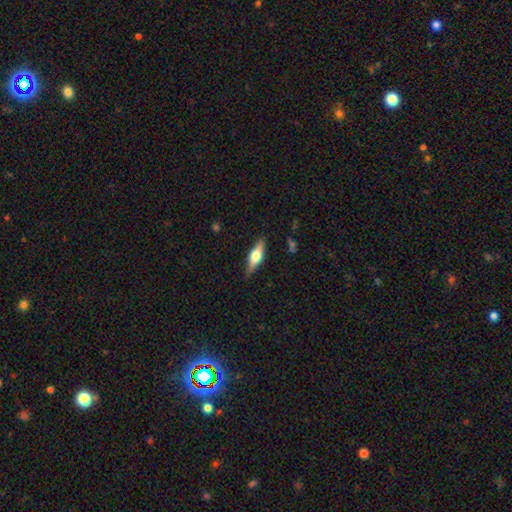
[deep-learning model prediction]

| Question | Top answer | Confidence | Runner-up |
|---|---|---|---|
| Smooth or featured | featured or disk | 56% | smooth (38%) |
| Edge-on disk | yes | 94% | no (6%) |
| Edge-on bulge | rounded | 93% | boxy (6%) |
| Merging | none | 86% | minor disturbance (10%) |